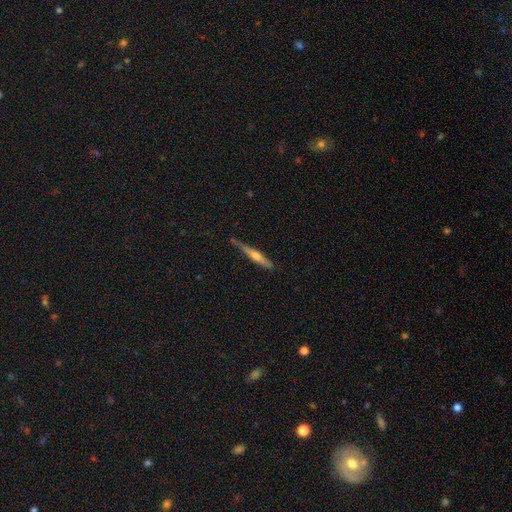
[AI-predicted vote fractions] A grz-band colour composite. It shows a featured or disk galaxy (53%) viewed edge-on (94%). Merging: none (67%).